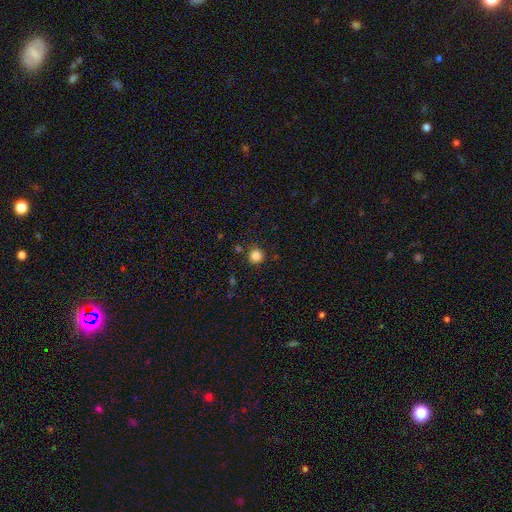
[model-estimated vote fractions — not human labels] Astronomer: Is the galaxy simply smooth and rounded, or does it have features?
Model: smooth — 85%.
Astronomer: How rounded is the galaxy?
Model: round — 95%.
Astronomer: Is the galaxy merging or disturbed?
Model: none — 89%.